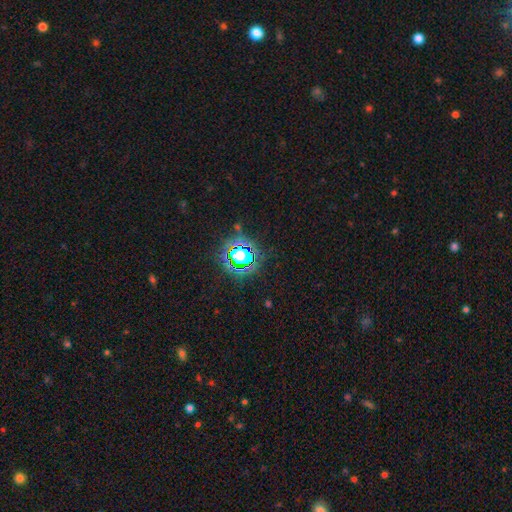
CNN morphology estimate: Smooth or featured?
  - star or artifact: 78% *
  - smooth: 15%
  - featured or disk: 7%